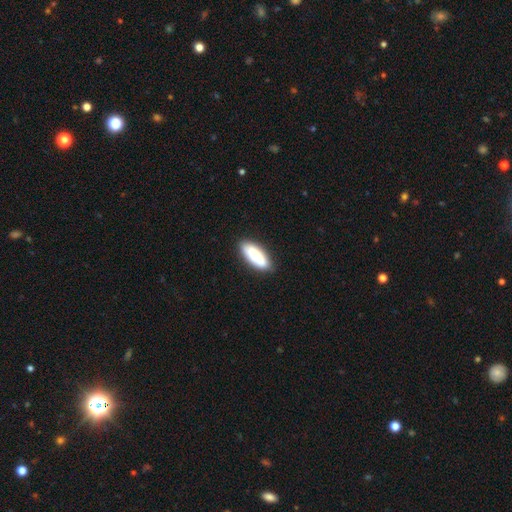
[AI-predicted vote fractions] Morphology: type=smooth (77%); roundness=in between (74%); merging=none (83%).